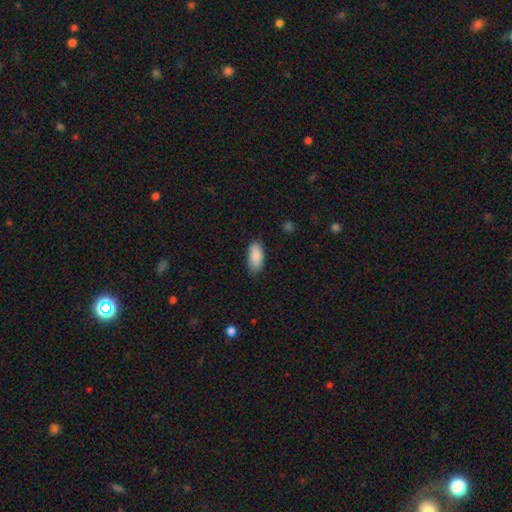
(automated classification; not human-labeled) Smooth or featured: smooth — 89% (star or artifact — 7%)
How rounded: in between — 89% (cigar-shaped — 9%)
Merging: none — 75% (minor disturbance — 20%)